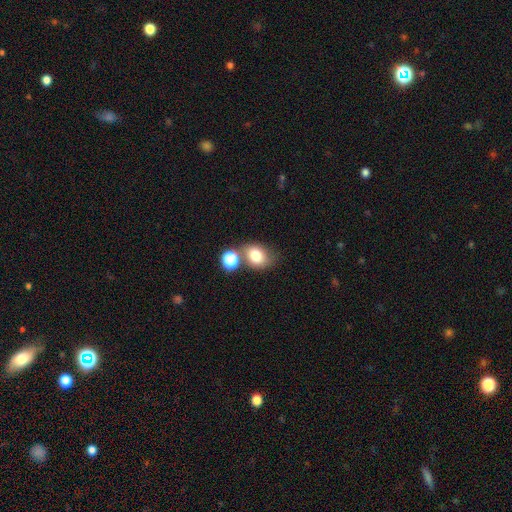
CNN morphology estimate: Smooth or featured?
  - smooth: 78% *
  - star or artifact: 12%
  - featured or disk: 11%
How rounded?
  - in between: 55% *
  - round: 43%
  - cigar-shaped: 1%
Merging?
  - none: 54% *
  - merger: 24%
  - minor disturbance: 16%
  - major disturbance: 6%